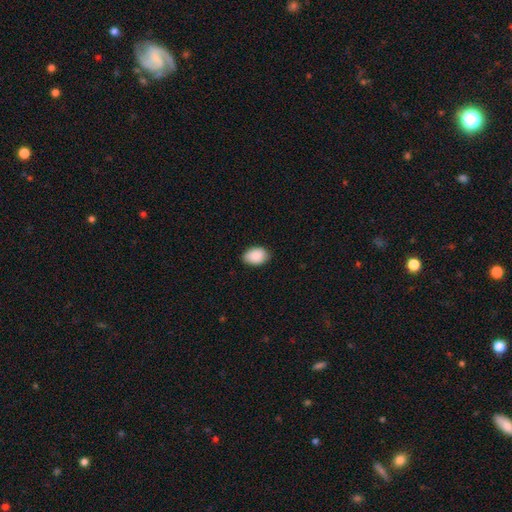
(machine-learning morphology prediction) smooth_or_featured: smooth (p=0.90) [alt: star or artifact p=0.06]
how_rounded: in between (p=0.86) [alt: round p=0.13]
merging: none (p=0.84) [alt: minor disturbance p=0.13]